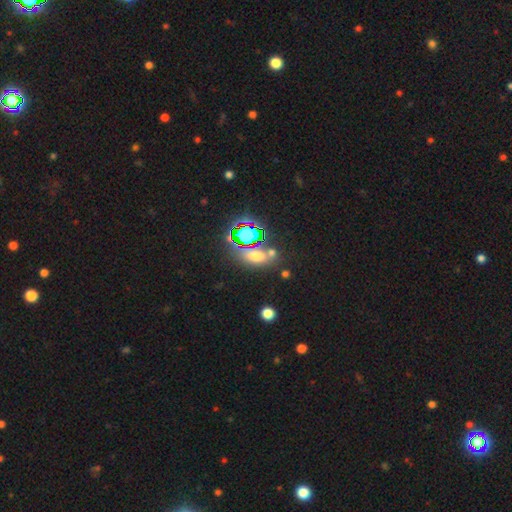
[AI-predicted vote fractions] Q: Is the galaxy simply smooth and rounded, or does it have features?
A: smooth — 53%.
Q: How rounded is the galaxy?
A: in between — 67%.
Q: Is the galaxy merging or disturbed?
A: none — 66%.